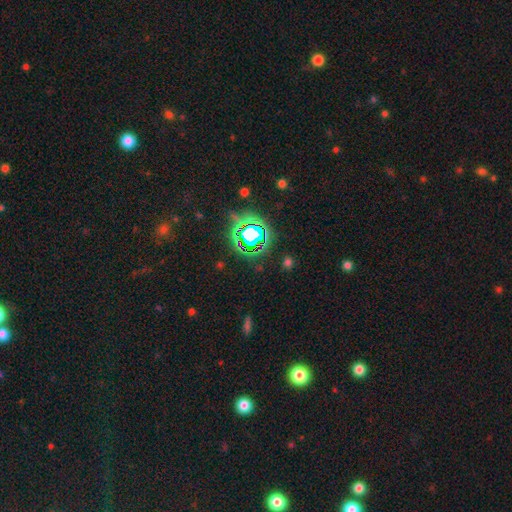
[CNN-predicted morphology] Smooth or featured?
  - star or artifact: 78% *
  - smooth: 14%
  - featured or disk: 9%